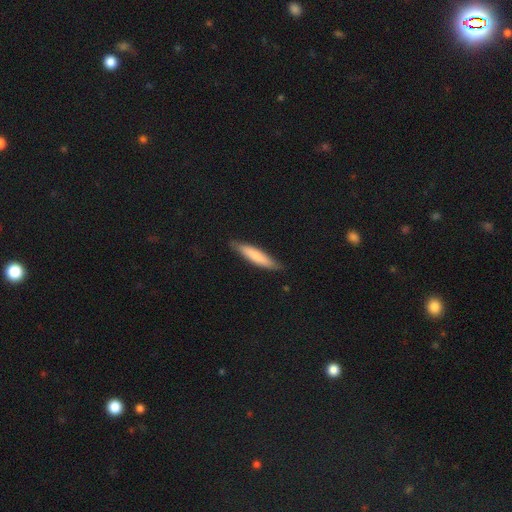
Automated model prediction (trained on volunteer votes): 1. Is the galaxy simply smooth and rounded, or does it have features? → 74% smooth, 21% featured or disk, 5% star or artifact.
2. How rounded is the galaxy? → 84% cigar-shaped, 14% in between, 1% round.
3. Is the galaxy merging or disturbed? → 84% none, 13% minor disturbance, 2% major disturbance, 1% merger.